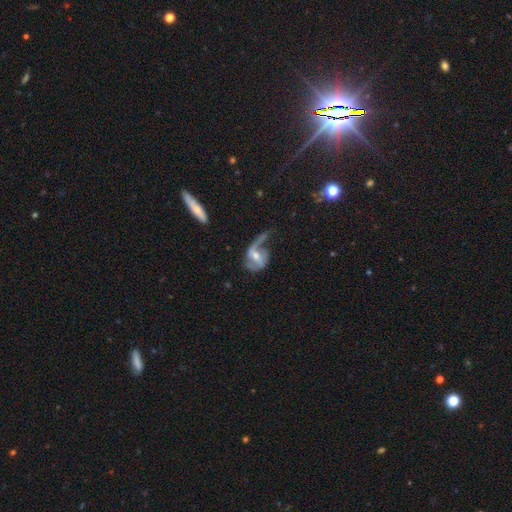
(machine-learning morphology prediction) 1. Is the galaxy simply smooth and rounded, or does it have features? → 75% featured or disk, 18% smooth, 6% star or artifact.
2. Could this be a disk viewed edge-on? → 96% no, 4% yes.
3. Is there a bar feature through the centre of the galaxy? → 43% weak, 29% no, 28% strong.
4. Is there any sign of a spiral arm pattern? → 84% yes, 16% no.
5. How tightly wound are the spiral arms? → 61% loose, 29% medium, 9% tight.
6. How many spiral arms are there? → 56% 2, 34% 1, 6% can't tell, 2% 3, 1% 4, 1% more than 4.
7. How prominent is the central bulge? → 54% moderate, 38% small, 4% large, 3% none, 1% dominant.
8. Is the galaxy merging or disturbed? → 42% major disturbance, 32% none, 22% minor disturbance, 5% merger.